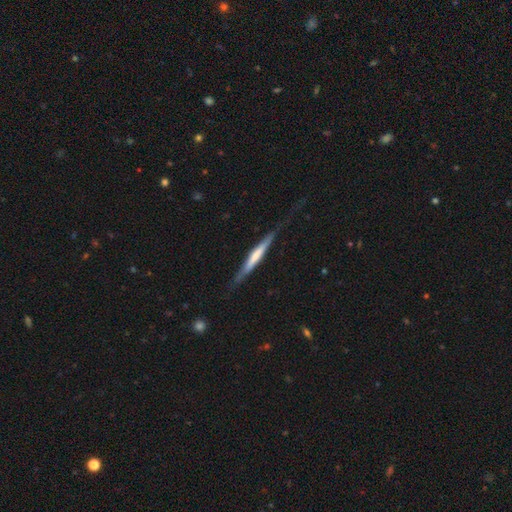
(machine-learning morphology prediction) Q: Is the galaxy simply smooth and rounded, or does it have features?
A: featured or disk — 54%.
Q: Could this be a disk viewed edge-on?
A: yes — 94%.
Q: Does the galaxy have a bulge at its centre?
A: none — 47%.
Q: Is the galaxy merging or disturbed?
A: none — 73%.